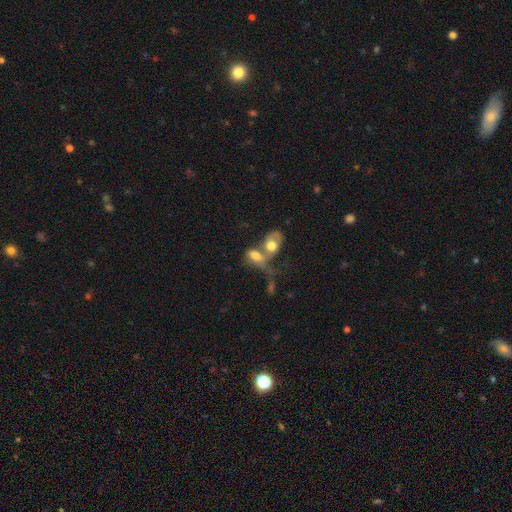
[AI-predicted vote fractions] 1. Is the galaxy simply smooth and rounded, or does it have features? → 61% smooth, 30% featured or disk, 9% star or artifact.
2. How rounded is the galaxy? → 82% in between, 13% round, 4% cigar-shaped.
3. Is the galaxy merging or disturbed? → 74% merger, 11% none, 9% major disturbance, 6% minor disturbance.